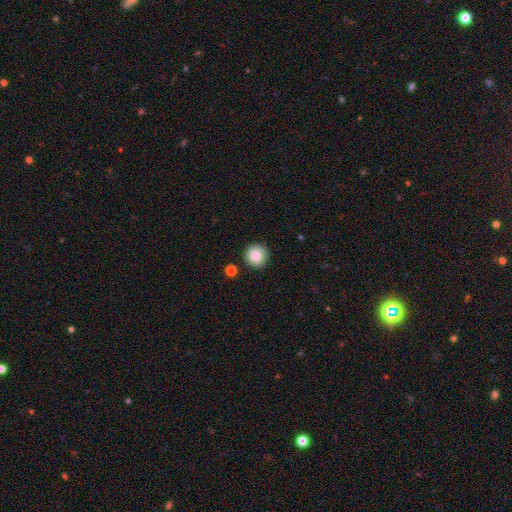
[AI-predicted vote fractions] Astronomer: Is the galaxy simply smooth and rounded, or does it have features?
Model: smooth — 86%.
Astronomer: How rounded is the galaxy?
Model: round — 95%.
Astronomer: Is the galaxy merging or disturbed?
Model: none — 89%.